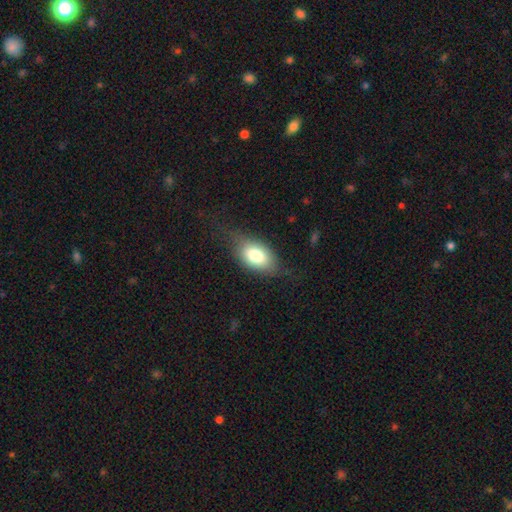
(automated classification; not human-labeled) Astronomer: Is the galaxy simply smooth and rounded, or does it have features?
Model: smooth — 73%.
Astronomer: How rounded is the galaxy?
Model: in between — 87%.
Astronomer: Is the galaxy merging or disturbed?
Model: none — 62%.